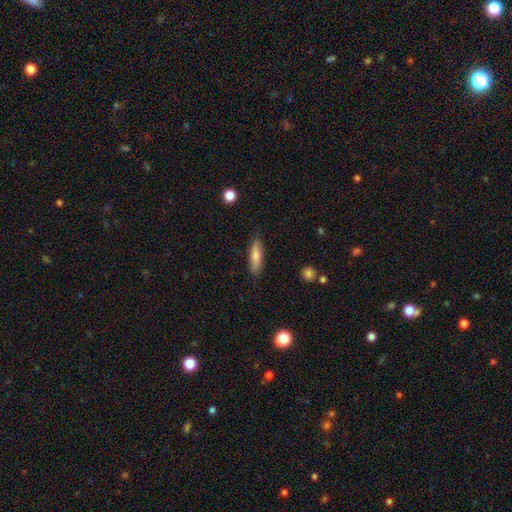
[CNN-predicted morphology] type=smooth (76%); roundness=cigar-shaped (62%); merging=none (85%).